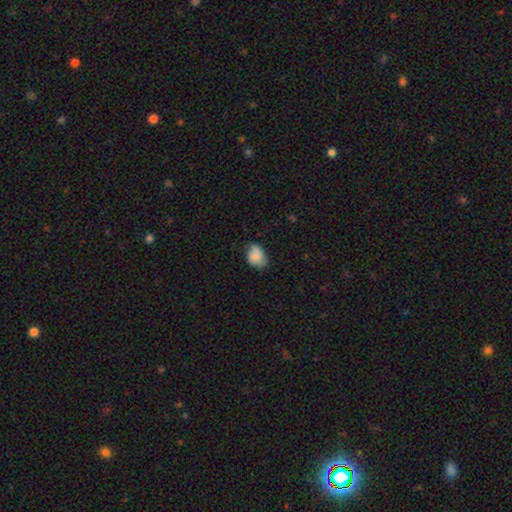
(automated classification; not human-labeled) This is likely a smooth galaxy (79%). How rounded: likely in between (72%). Merging: possibly none (57%).